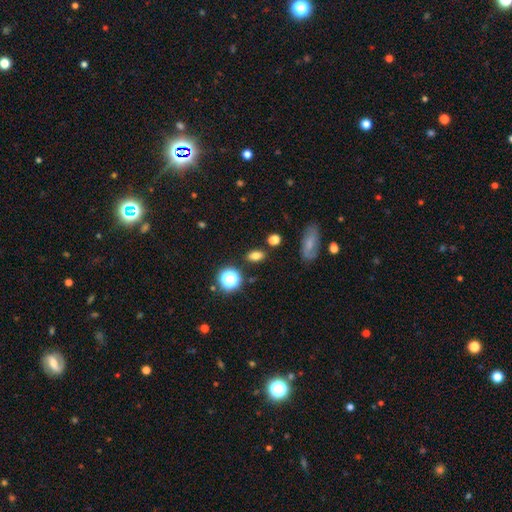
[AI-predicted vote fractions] Smooth or featured?
  - smooth: 75% *
  - star or artifact: 16%
  - featured or disk: 8%
How rounded?
  - in between: 79% *
  - round: 16%
  - cigar-shaped: 5%
Merging?
  - none: 84% *
  - minor disturbance: 10%
  - merger: 4%
  - major disturbance: 3%